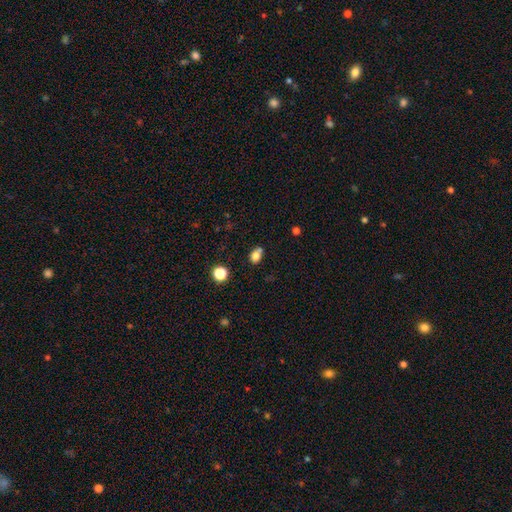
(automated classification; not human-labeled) The model was most divided on "how rounded": in between: 59%, round: 40%, cigar-shaped: 1%. More confident: smooth or featured — smooth (78%); merging — none (53%).